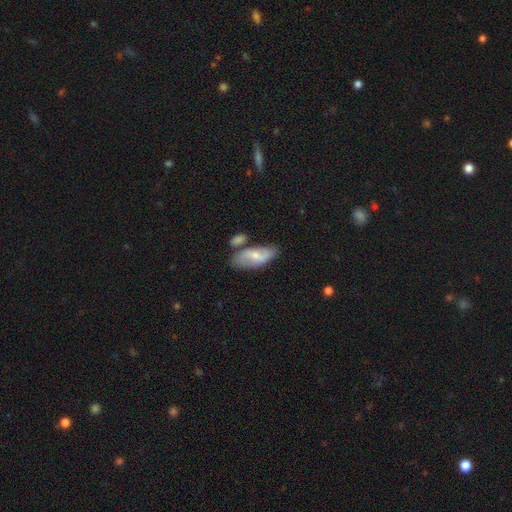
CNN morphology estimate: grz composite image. It shows a smooth galaxy with no disk features (53%) that is in between round and cigar-shaped (85%). Merging: none (60%).